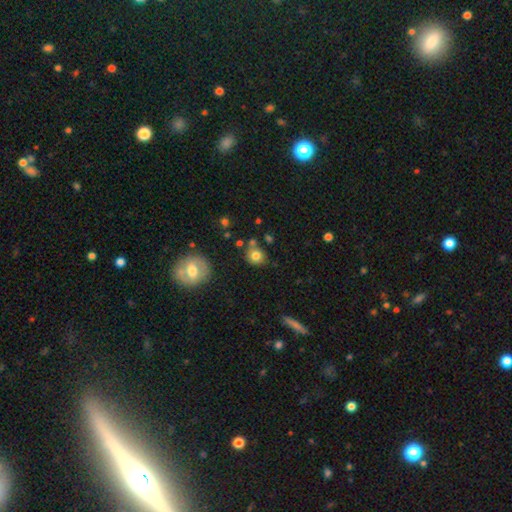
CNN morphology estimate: smooth 78%, star or artifact 11%, featured or disk 11%. Down the decision tree: how rounded — round (79%); merging — none (69%).